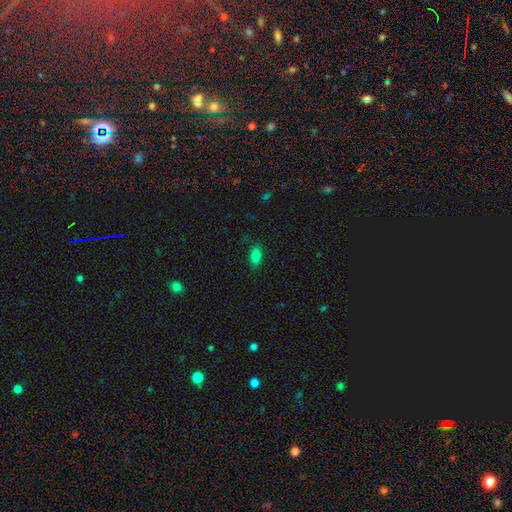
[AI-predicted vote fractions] A smooth galaxy with no disk features (82%) that is in between round and cigar-shaped (86%).

Vote fractions:
- Smooth or featured? smooth: 82% / star or artifact: 11% / featured or disk: 7%
- How rounded? in between: 86% / cigar-shaped: 10% / round: 4%
- Merging? none: 84% / minor disturbance: 12% / major disturbance: 3% / merger: 1%